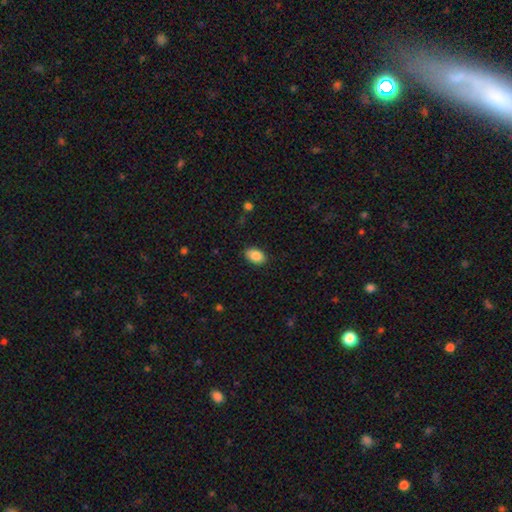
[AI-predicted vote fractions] Overall: smooth (88%). How rounded: in between (89%). Merging: none (86%).